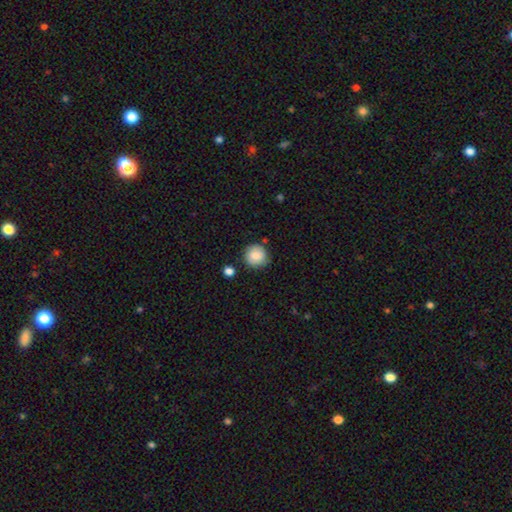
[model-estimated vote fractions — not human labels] Q: Smooth or featured?
A: smooth (85%); runner-up: star or artifact (8%)
Q: How rounded?
A: round (92%); runner-up: in between (7%)
Q: Merging?
A: none (80%); runner-up: minor disturbance (13%)